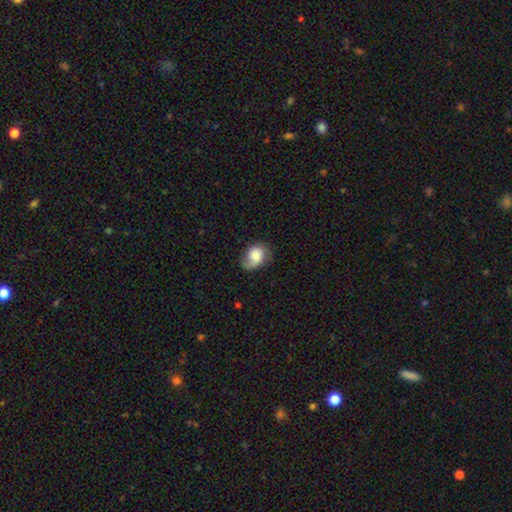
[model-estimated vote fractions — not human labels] Q: Smooth or featured?
A: smooth (55%); runner-up: featured or disk (37%)
Q: How rounded?
A: in between (61%); runner-up: round (38%)
Q: Merging?
A: none (59%); runner-up: minor disturbance (28%)